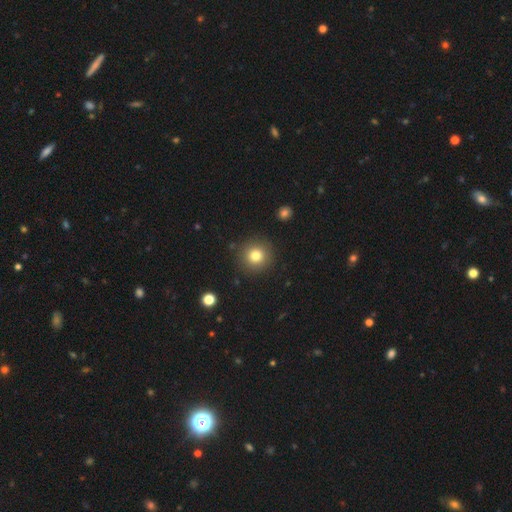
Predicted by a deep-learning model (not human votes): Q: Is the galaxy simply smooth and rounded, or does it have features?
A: smooth — 80%.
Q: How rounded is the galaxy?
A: round — 94%.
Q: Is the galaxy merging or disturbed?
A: none — 89%.